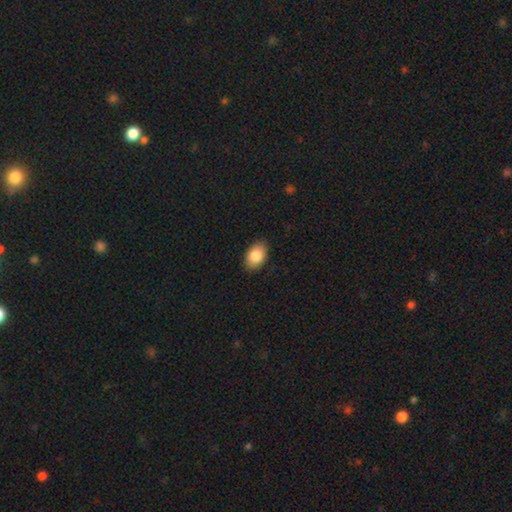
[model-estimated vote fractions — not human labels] The model was most divided on "merging": none: 88%, minor disturbance: 9%, major disturbance: 2%, merger: 1%. More confident: how rounded — in between (89%); smooth or featured — smooth (86%).